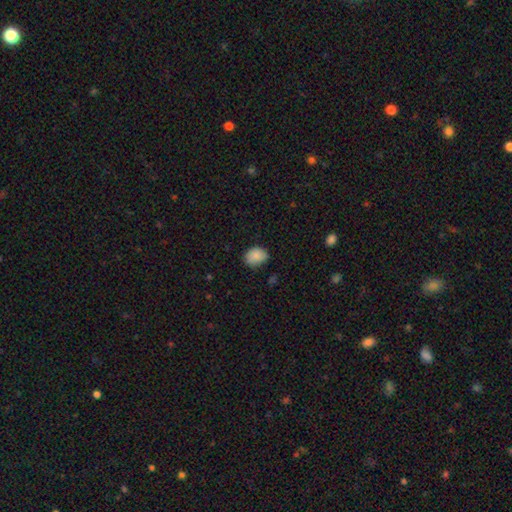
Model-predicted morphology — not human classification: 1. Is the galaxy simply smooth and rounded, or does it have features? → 86% smooth, 8% star or artifact, 6% featured or disk.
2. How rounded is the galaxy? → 58% in between, 41% round, 1% cigar-shaped.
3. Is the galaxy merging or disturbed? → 72% none, 23% minor disturbance, 4% major disturbance, 1% merger.